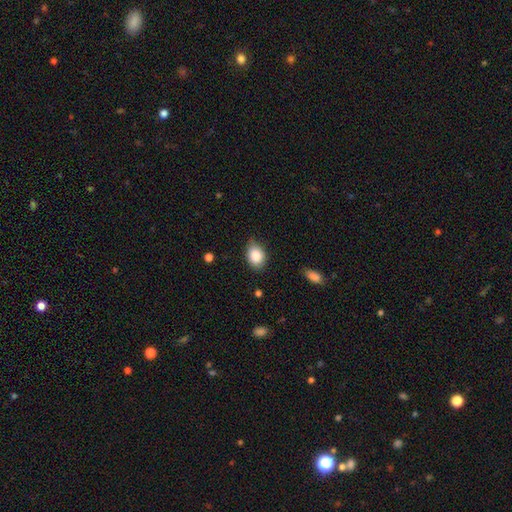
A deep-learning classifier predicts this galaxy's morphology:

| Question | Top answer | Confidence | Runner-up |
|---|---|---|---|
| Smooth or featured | smooth | 85% | star or artifact (8%) |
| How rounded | in between | 72% | round (27%) |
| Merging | none | 73% | minor disturbance (22%) |